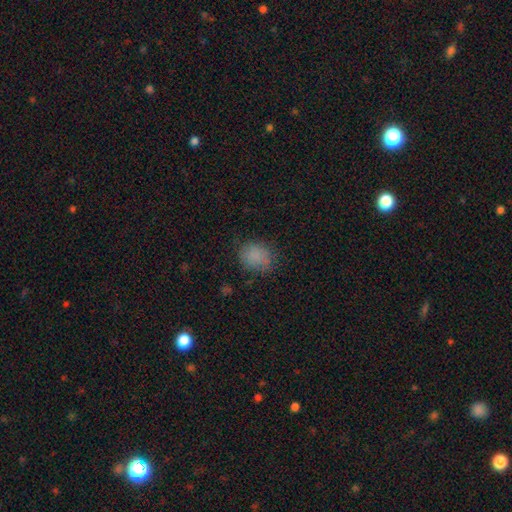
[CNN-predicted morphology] The model was most divided on "how rounded": round: 67%, in between: 32%, cigar-shaped: 1%. More confident: smooth or featured — smooth (83%); merging — none (76%).